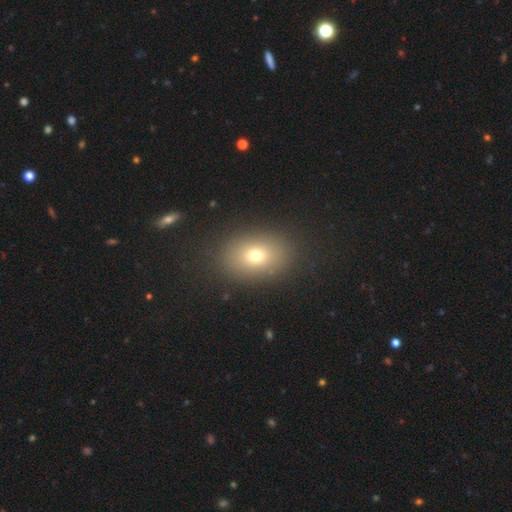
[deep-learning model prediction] This is likely a smooth galaxy (71%). How rounded: likely in between (70%). Merging: clearly none (86%).